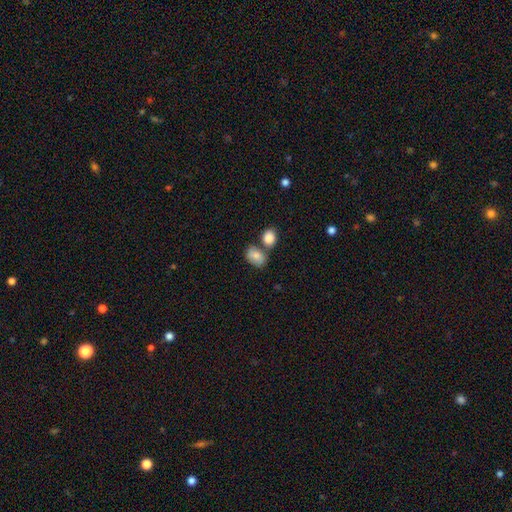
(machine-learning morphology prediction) Smooth or featured: smooth — 80% (featured or disk — 12%)
How rounded: in between — 76% (round — 23%)
Merging: none — 49% (merger — 32%)